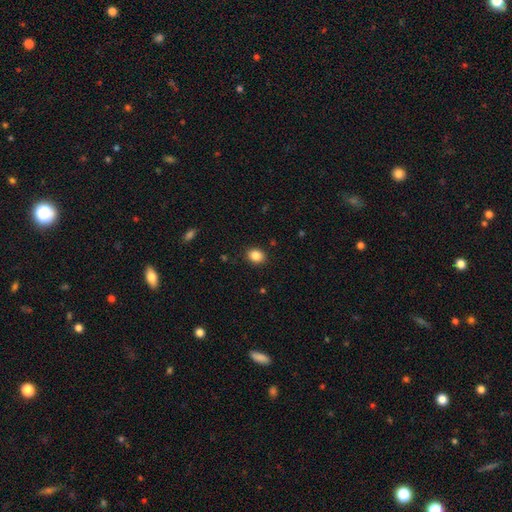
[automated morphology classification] This appears to be a smooth galaxy with no disk features (85%) that is round (53%). Merging: none (90%).